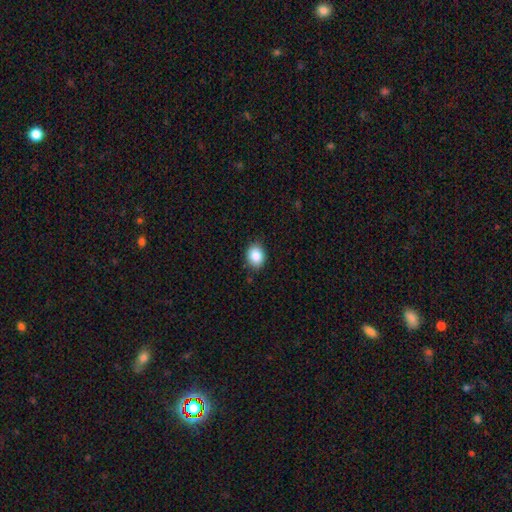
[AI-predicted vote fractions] Overall: smooth (87%). How rounded: in between (57%; round 42%). Merging: none (83%).